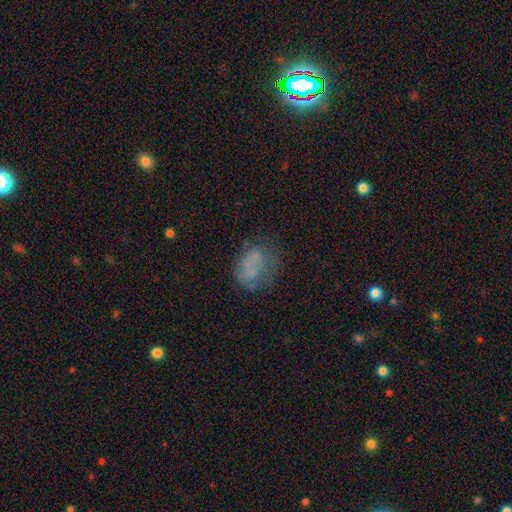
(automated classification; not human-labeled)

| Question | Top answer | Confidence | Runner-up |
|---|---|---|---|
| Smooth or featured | smooth | 55% | featured or disk (31%) |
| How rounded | in between | 61% | round (38%) |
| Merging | none | 42% | major disturbance (26%) |